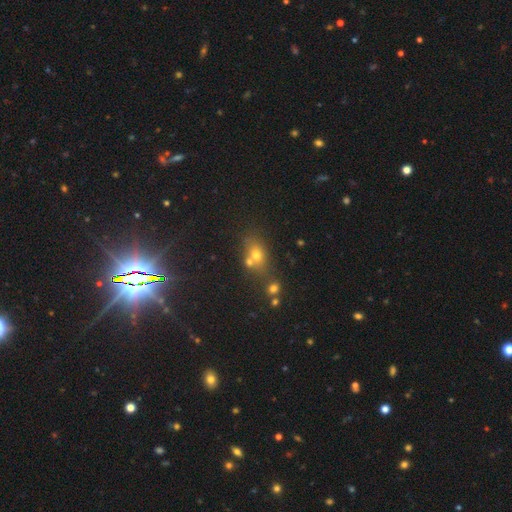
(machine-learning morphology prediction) The model was most divided on "merging": none: 46%, merger: 35%, minor disturbance: 13%, major disturbance: 6%. More confident: smooth or featured — smooth (67%); how rounded — in between (59%).